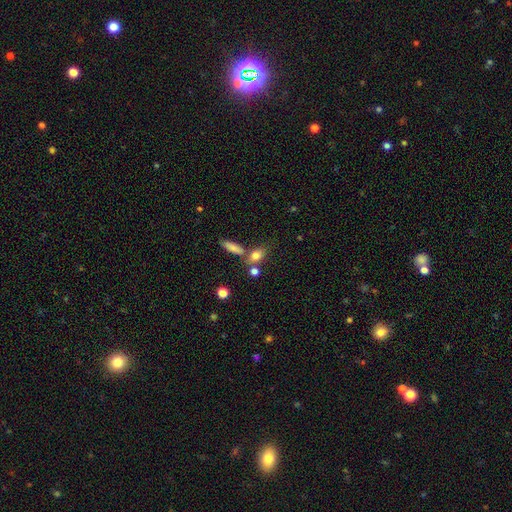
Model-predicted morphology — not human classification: The model was most divided on "merging": none: 58%, merger: 23%, minor disturbance: 14%, major disturbance: 5%. More confident: smooth or featured — smooth (78%); how rounded — in between (67%).